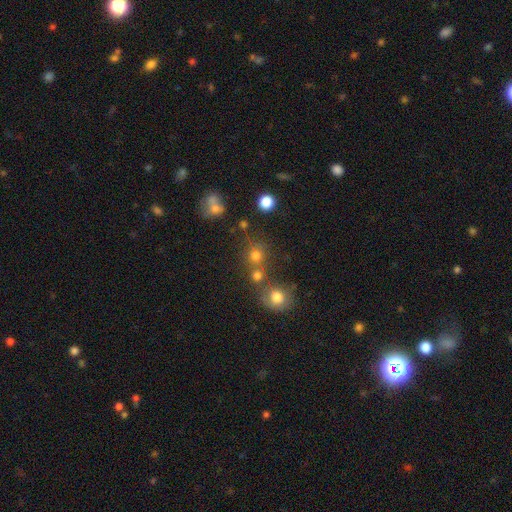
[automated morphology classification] A smooth galaxy with no disk features (72%) that is round (88%).

Vote fractions:
- Smooth or featured? smooth: 72% / star or artifact: 20% / featured or disk: 9%
- How rounded? round: 88% / in between: 11% / cigar-shaped: 1%
- Merging? none: 61% / merger: 25% / minor disturbance: 9% / major disturbance: 4%